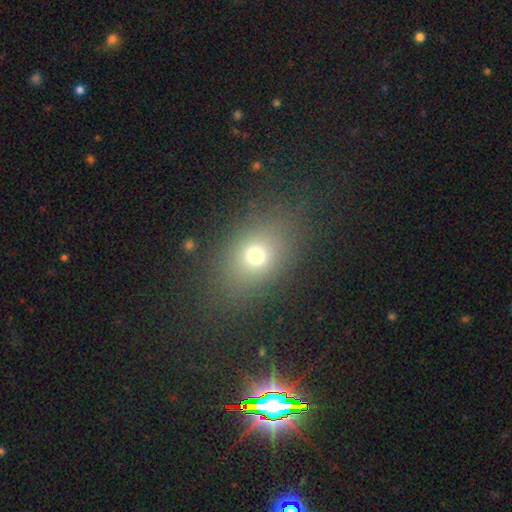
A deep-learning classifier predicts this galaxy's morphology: Smooth or featured? smooth (70%)
How rounded? in between (59%)
Merging? none (78%)